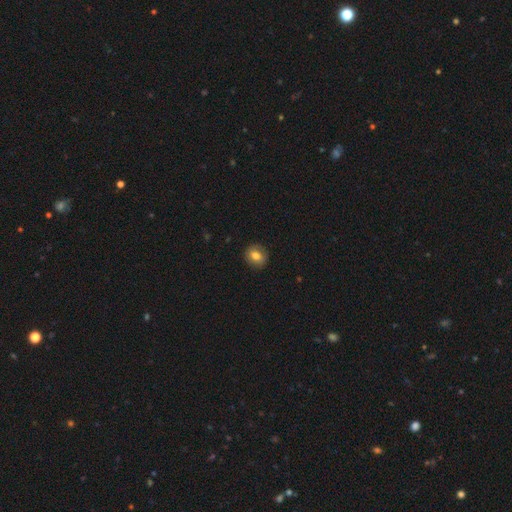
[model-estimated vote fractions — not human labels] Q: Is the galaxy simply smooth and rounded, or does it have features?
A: smooth — 73%.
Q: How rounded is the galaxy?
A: round — 78%.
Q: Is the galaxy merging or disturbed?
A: none — 87%.